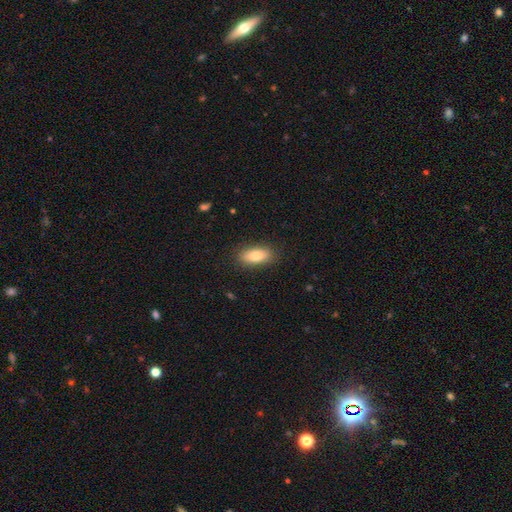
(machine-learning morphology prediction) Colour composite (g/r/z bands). It shows a smooth galaxy with no disk features (79%) that is in between round and cigar-shaped (85%). Merging: none (87%).